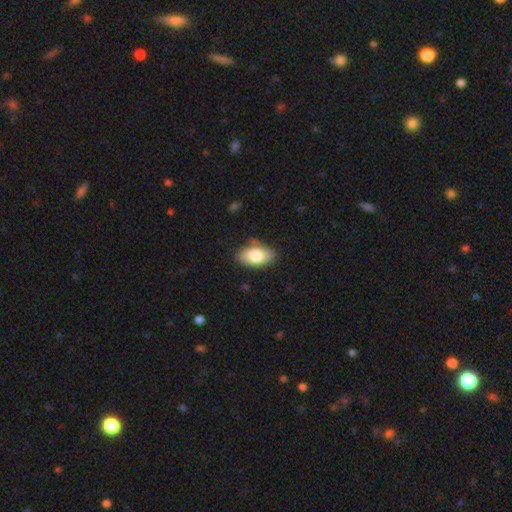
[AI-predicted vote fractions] smooth 78%, featured or disk 15%, star or artifact 6%. Down the decision tree: how rounded — in between (93%); merging — none (75%).